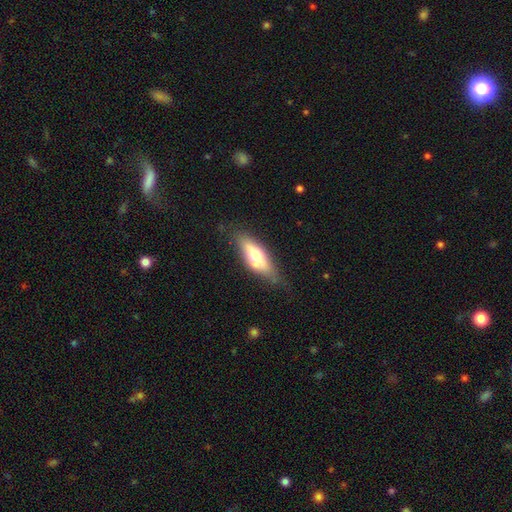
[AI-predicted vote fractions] This is possibly a smooth galaxy (52%). How rounded: possibly in between (60%). Merging: likely none (68%).